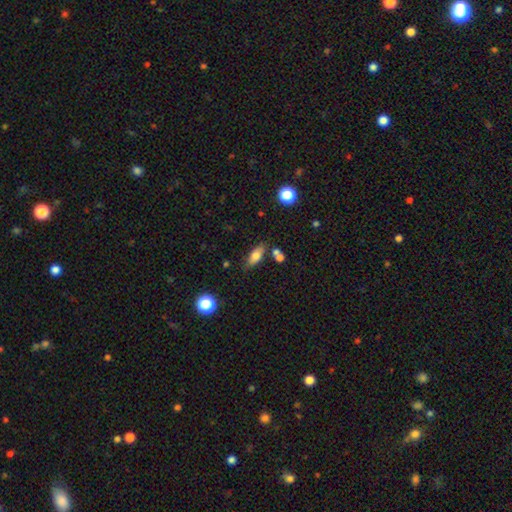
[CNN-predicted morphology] Smooth or featured?
  - smooth: 70% *
  - featured or disk: 21%
  - star or artifact: 9%
How rounded?
  - in between: 76% *
  - cigar-shaped: 20%
  - round: 4%
Merging?
  - none: 69% *
  - minor disturbance: 16%
  - merger: 11%
  - major disturbance: 4%